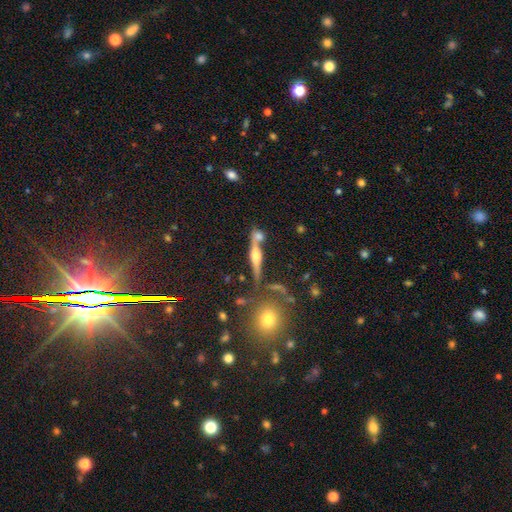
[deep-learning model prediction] Morphology: type=featured or disk (68%); edge-on=yes (91%); edge-on bulge=rounded (92%); merging=none (59%).